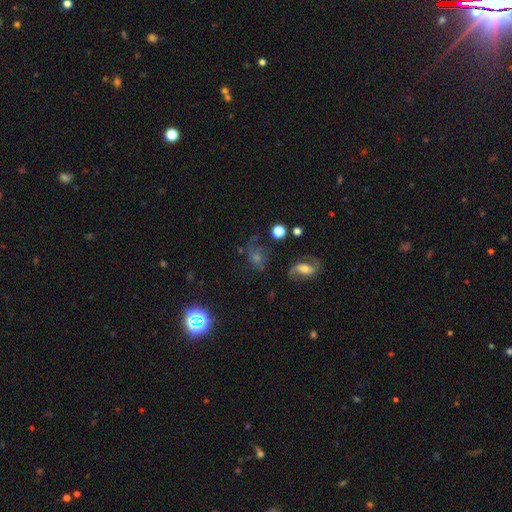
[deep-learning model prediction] Smooth or featured: featured or disk — 39% (star or artifact — 35%)
Merging: none — 62% (minor disturbance — 18%)